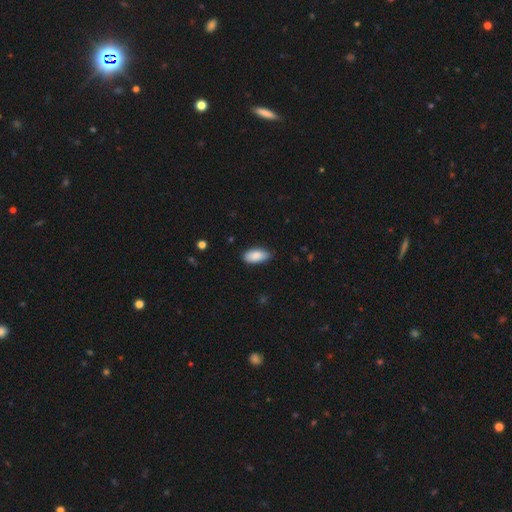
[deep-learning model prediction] Smooth or featured? smooth (88%)
How rounded? in between (90%)
Merging? none (82%)